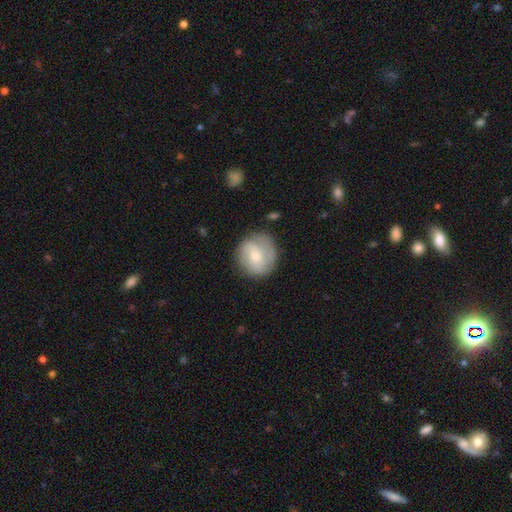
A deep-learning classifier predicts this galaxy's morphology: smooth-or-featured: featured or disk: 49% | smooth: 44% | star or artifact: 7%
  merging: none: 76% | minor disturbance: 16% | major disturbance: 6% | merger: 2%